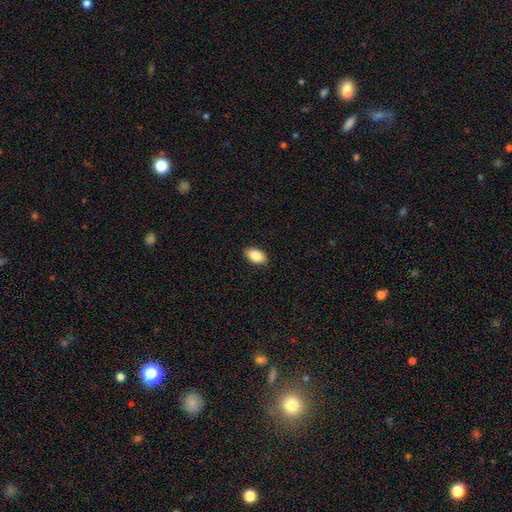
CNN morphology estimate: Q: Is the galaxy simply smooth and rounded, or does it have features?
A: smooth — 86%.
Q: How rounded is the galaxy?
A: in between — 93%.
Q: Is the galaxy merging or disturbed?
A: none — 89%.